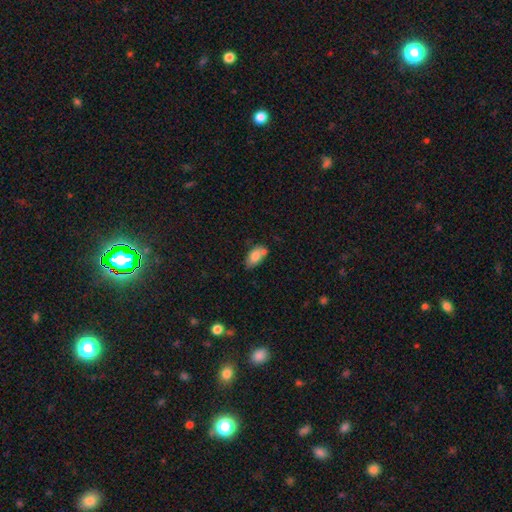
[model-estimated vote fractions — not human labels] Q: Smooth or featured?
A: smooth (79%); runner-up: featured or disk (13%)
Q: How rounded?
A: in between (91%); runner-up: round (6%)
Q: Merging?
A: none (54%); runner-up: minor disturbance (21%)